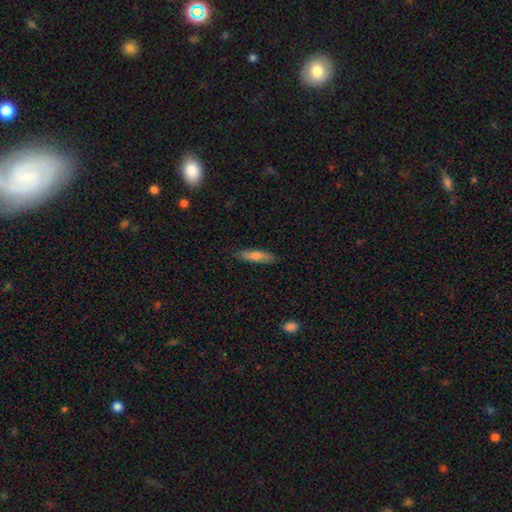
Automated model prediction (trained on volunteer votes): smooth-or-featured: smooth: 61% | featured or disk: 32% | star or artifact: 8%
  how-rounded: cigar-shaped: 80% | in between: 18% | round: 2%
  merging: none: 86% | minor disturbance: 11% | major disturbance: 2% | merger: 1%